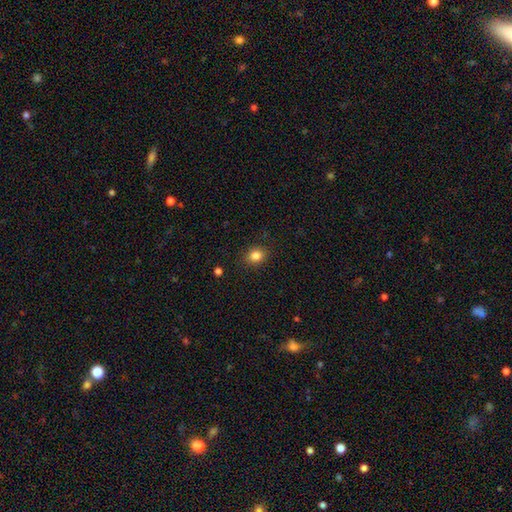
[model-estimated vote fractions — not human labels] Q: Smooth or featured?
A: smooth (84%); runner-up: star or artifact (11%)
Q: How rounded?
A: round (61%); runner-up: in between (38%)
Q: Merging?
A: none (88%); runner-up: minor disturbance (8%)